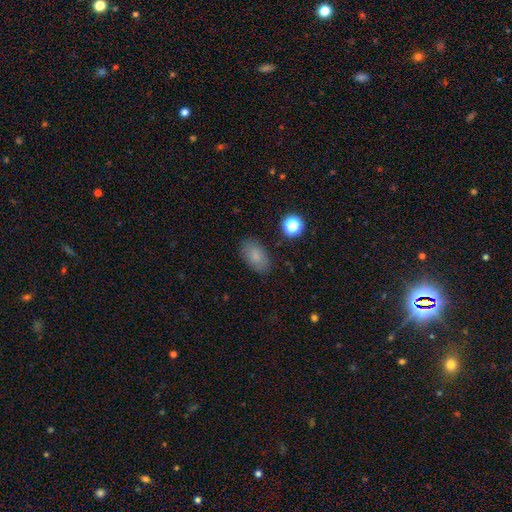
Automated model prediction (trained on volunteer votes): This appears to be a smooth galaxy with no disk features (81%) that is in between round and cigar-shaped (90%). Merging: none (83%).